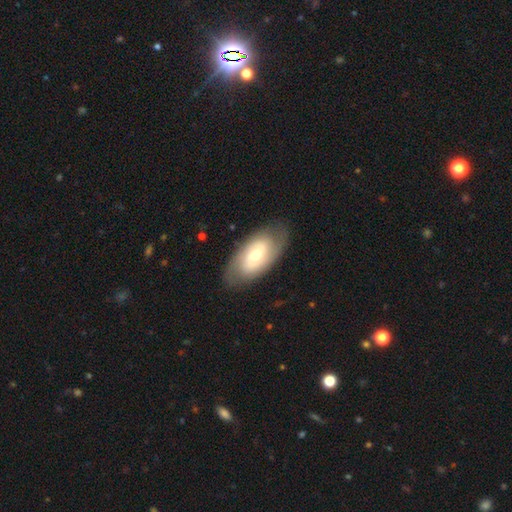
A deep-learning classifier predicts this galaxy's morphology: Smooth or featured? featured or disk (57%)
Edge-on disk? no (90%)
Bar? no (56%)
Spiral arms? yes (70%)
Bulge size? moderate (60%)
Merging? none (79%)